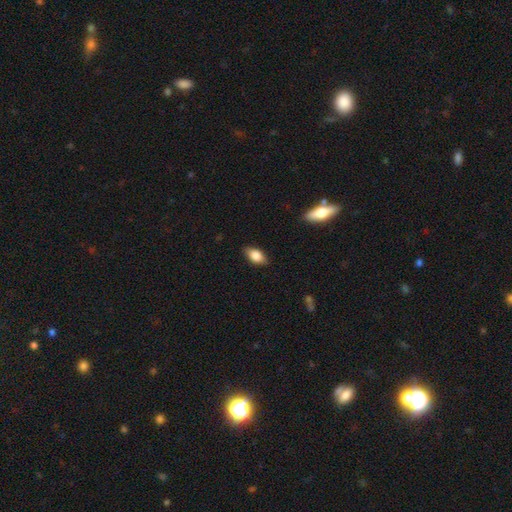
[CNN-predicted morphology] Q: Smooth or featured?
A: smooth (80%); runner-up: featured or disk (13%)
Q: How rounded?
A: in between (89%); runner-up: cigar-shaped (6%)
Q: Merging?
A: none (84%); runner-up: minor disturbance (12%)